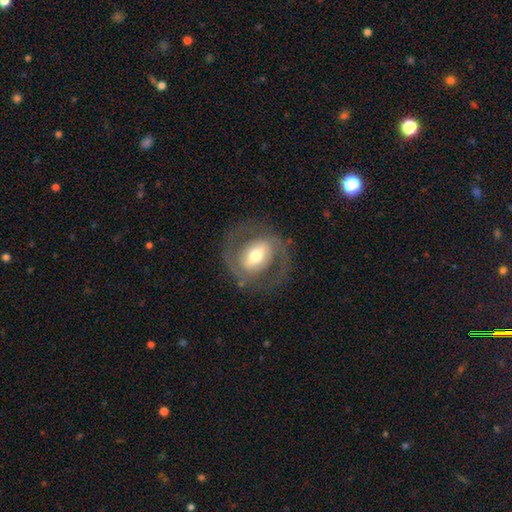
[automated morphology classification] Smooth or featured: featured or disk — 75% (smooth — 19%)
Edge-on disk: no — 96% (yes — 4%)
Bar: strong — 40% (weak — 36%)
Spiral arms: yes — 75% (no — 25%)
Spiral winding: medium — 50% (tight — 32%)
Spiral arm count: 2 — 86% (can't tell — 7%)
Bulge size: moderate — 63% (large — 19%)
Merging: none — 76% (minor disturbance — 13%)